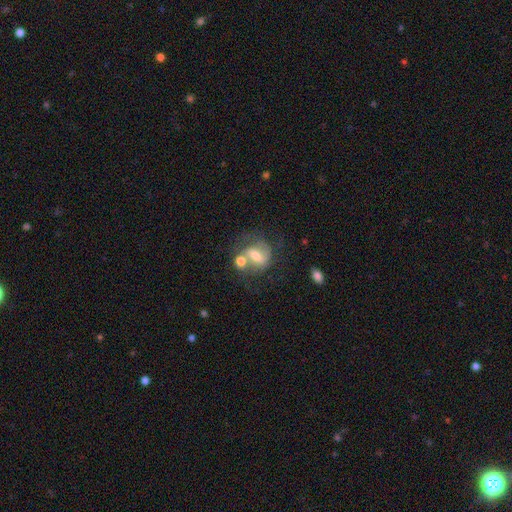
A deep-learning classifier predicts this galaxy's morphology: featured or disk 57%, smooth 34%, star or artifact 9%. Down the decision tree: edge-on disk — no (96%); bar — weak (45%); spiral arms — yes (75%); bulge size — moderate (56%); merging — none (37%).